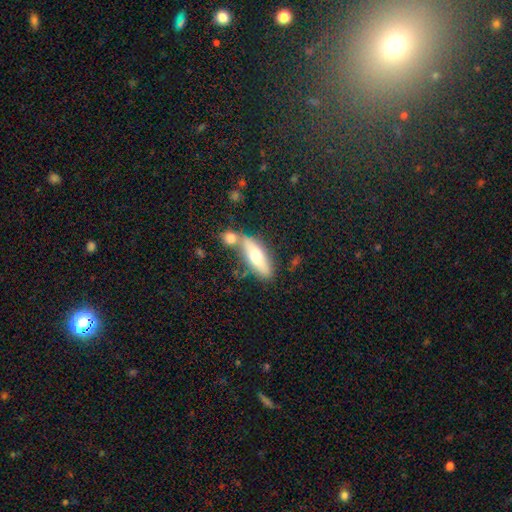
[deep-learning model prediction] Smooth or featured? Predicted: smooth (p=0.59). How rounded? Predicted: in between (p=0.52). Merging? Predicted: none (p=0.60).